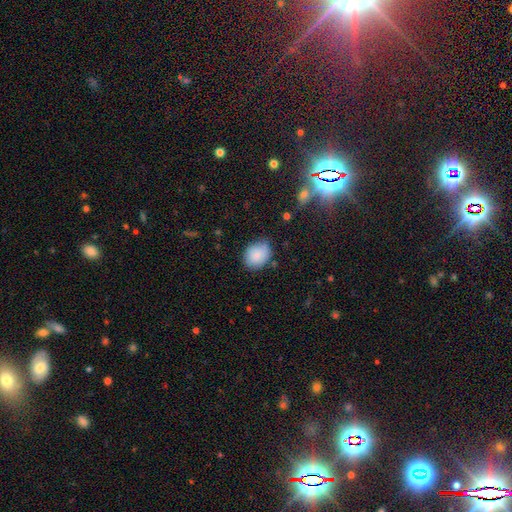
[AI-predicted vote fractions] The model was most divided on "how rounded": in between: 54%, round: 45%, cigar-shaped: 1%. More confident: smooth or featured — smooth (85%); merging — none (72%).